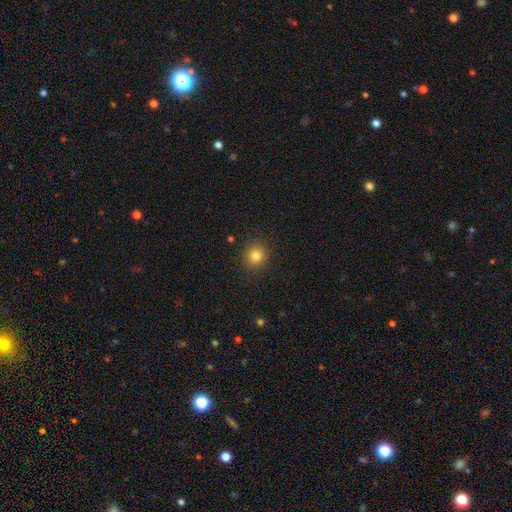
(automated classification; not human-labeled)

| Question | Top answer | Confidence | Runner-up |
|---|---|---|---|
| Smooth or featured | smooth | 82% | star or artifact (12%) |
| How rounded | round | 88% | in between (11%) |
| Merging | none | 90% | minor disturbance (7%) |